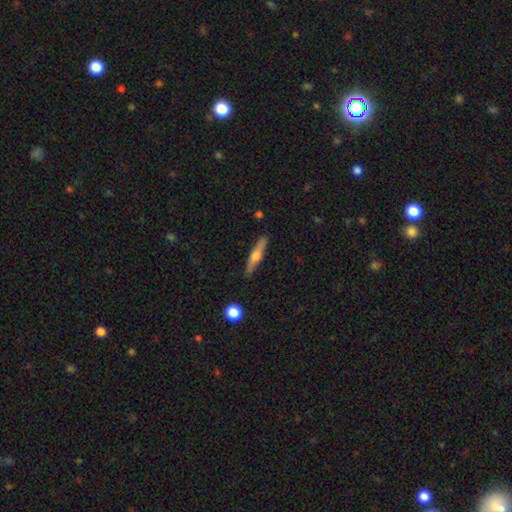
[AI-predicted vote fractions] smooth_or_featured: featured or disk (p=0.53) [alt: smooth p=0.41]
disk_edge_on: yes (p=0.95) [alt: no p=0.05]
edge_on_bulge: rounded (p=0.88) [alt: boxy p=0.07]
merging: none (p=0.88) [alt: minor disturbance p=0.09]